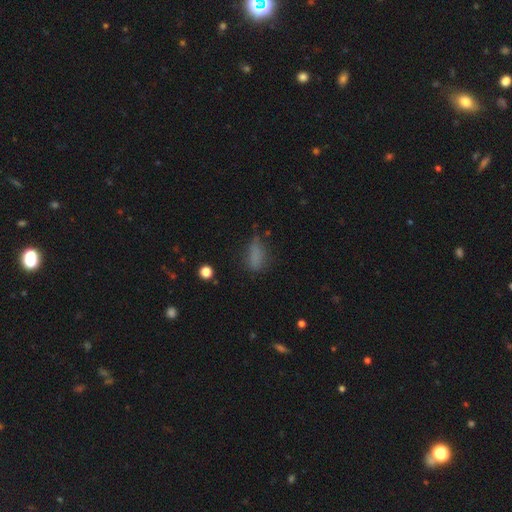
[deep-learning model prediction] smooth 75%, star or artifact 14%, featured or disk 11%. Down the decision tree: how rounded — in between (71%); merging — none (52%).